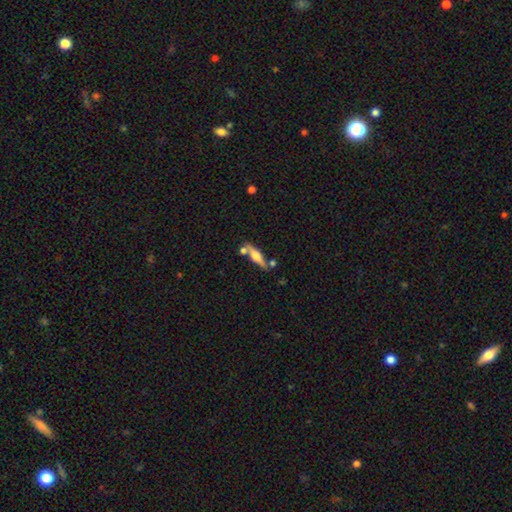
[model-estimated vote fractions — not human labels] Smooth or featured? Predicted: featured or disk (p=0.60). Edge-on disk? Predicted: yes (p=0.93). Edge-on bulge? Predicted: rounded (p=0.88). Merging? Predicted: none (p=0.67).